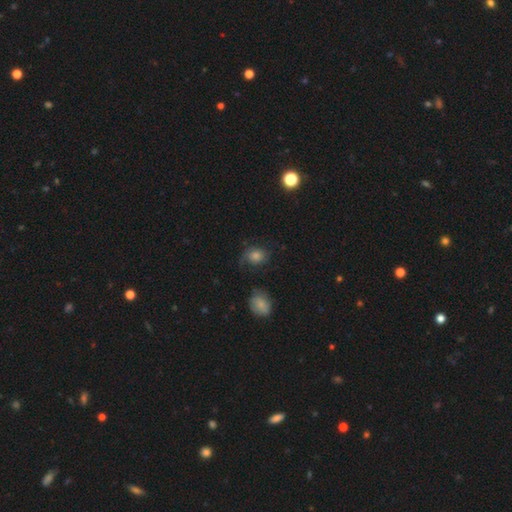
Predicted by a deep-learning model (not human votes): The model was most divided on "how rounded": round: 58%, in between: 40%, cigar-shaped: 1%. More confident: smooth or featured — smooth (63%); merging — none (57%).